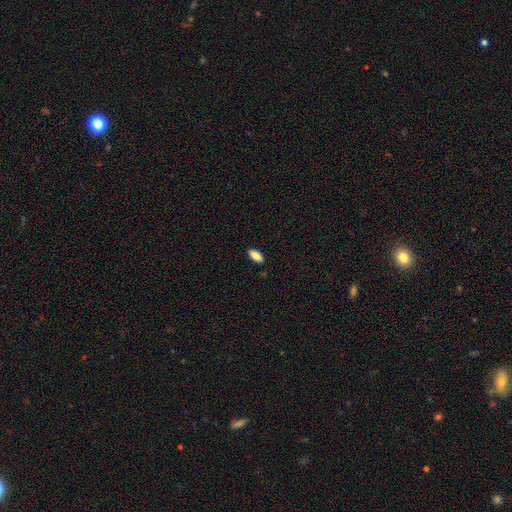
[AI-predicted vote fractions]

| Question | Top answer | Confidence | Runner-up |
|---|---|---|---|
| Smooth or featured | smooth | 86% | featured or disk (7%) |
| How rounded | in between | 88% | cigar-shaped (9%) |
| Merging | none | 89% | minor disturbance (9%) |